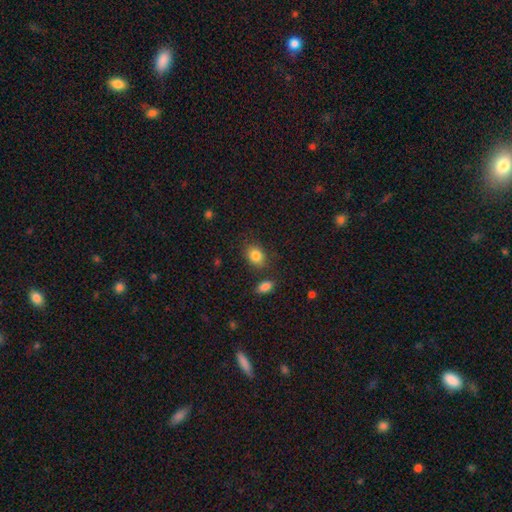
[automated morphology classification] Overall: smooth (84%). How rounded: in between (63%; round 36%). Merging: none (76%).